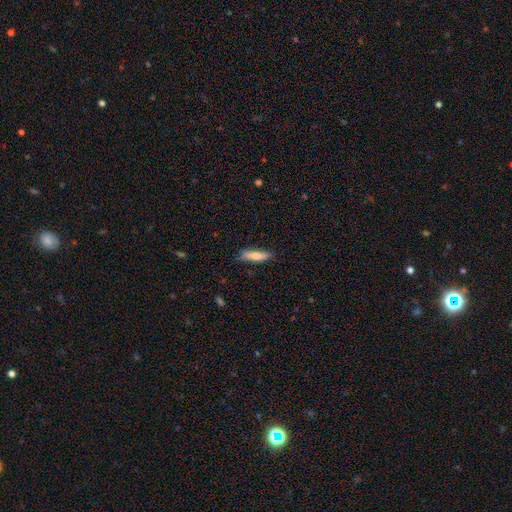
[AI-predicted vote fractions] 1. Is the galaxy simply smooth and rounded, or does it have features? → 70% smooth, 24% featured or disk, 6% star or artifact.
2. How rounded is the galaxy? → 79% cigar-shaped, 19% in between, 2% round.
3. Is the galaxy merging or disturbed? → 80% none, 16% minor disturbance, 3% major disturbance, 1% merger.